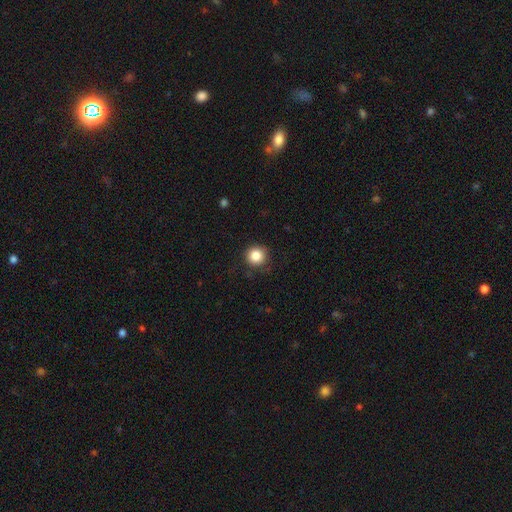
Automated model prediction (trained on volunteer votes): Smooth or featured: smooth — 84% (star or artifact — 11%)
How rounded: round — 95% (in between — 4%)
Merging: none — 88% (minor disturbance — 9%)